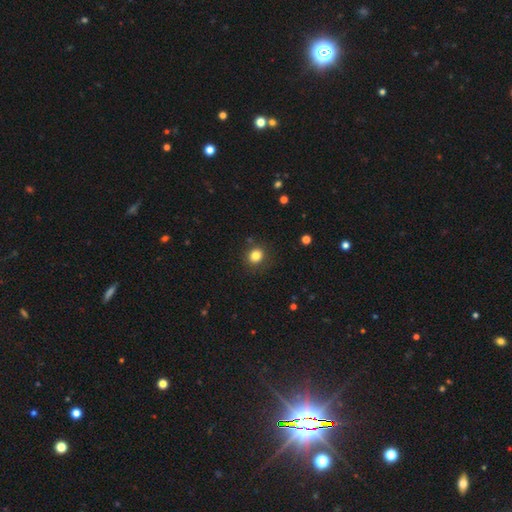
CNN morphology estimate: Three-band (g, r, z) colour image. It shows a smooth galaxy with no disk features (82%) that is round (79%). Merging: none (85%).